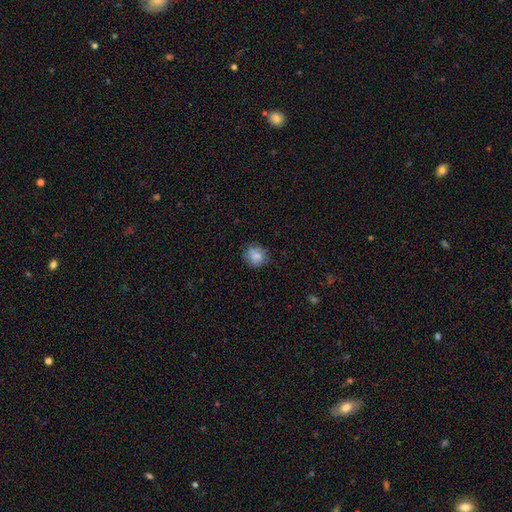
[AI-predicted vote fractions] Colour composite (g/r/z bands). It shows a smooth galaxy with no disk features (78%) that is round (76%). Merging: none (74%).